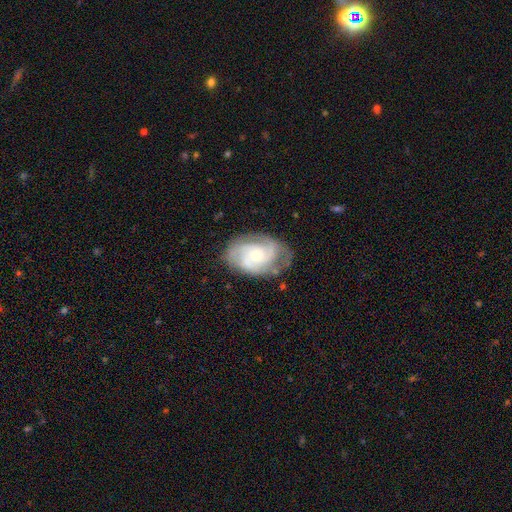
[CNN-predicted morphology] This appears to be a featured or disk galaxy (82%) with no bar (71%), 3 (33%) tight (52%) spiral arms (95%) and a small central bulge (54%). Merging: none (70%).